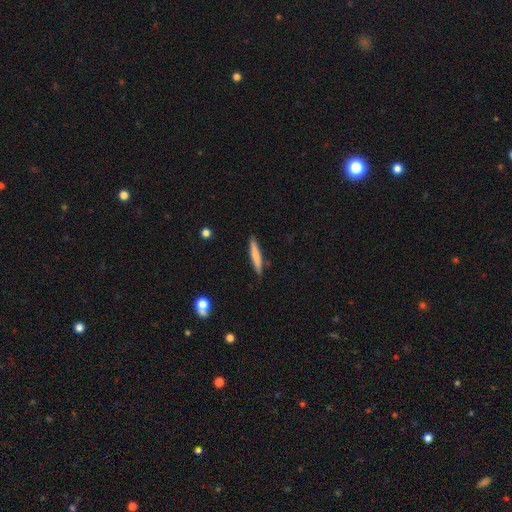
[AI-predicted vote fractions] Overall: smooth (71%). How rounded: cigar-shaped (93%). Merging: none (87%).